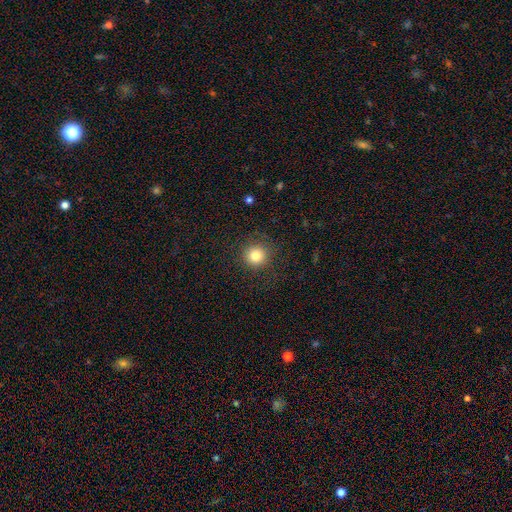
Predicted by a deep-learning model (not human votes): smooth-or-featured: smooth: 81% | star or artifact: 12% | featured or disk: 7%
  how-rounded: round: 94% | in between: 5% | cigar-shaped: 1%
  merging: none: 88% | minor disturbance: 7% | major disturbance: 3% | merger: 1%